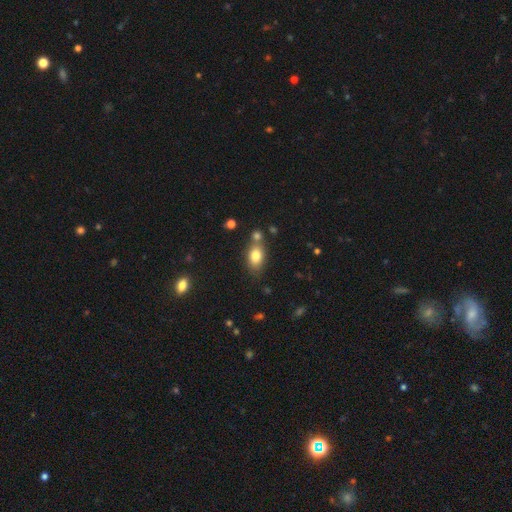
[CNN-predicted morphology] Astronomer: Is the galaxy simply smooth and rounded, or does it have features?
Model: smooth — 81%.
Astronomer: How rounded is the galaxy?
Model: in between — 83%.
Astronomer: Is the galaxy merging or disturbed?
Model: none — 62%.